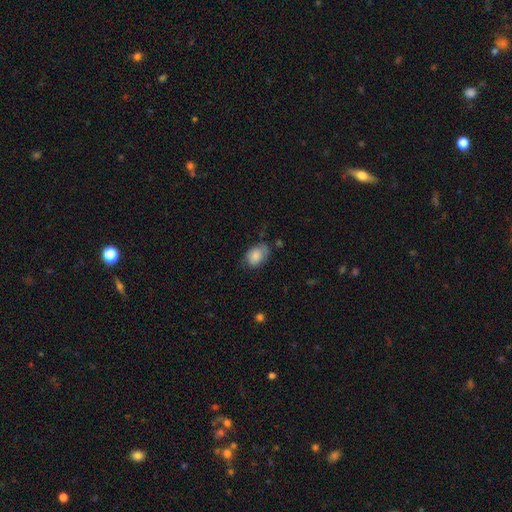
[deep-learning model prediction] Smooth or featured? Predicted: smooth (p=0.82). How rounded? Predicted: in between (p=0.79). Merging? Predicted: none (p=0.58).